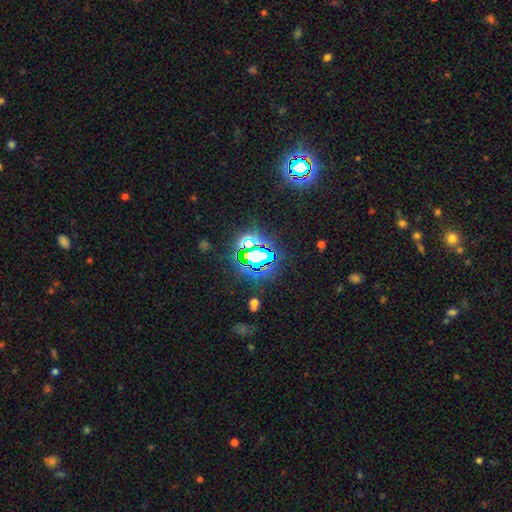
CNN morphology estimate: Overall: star or artifact (75%).